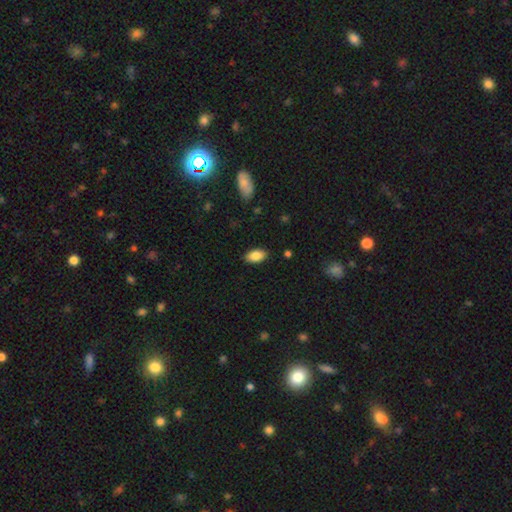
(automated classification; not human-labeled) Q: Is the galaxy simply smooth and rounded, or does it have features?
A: smooth — 86%.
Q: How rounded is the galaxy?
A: in between — 93%.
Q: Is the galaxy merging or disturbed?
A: none — 87%.